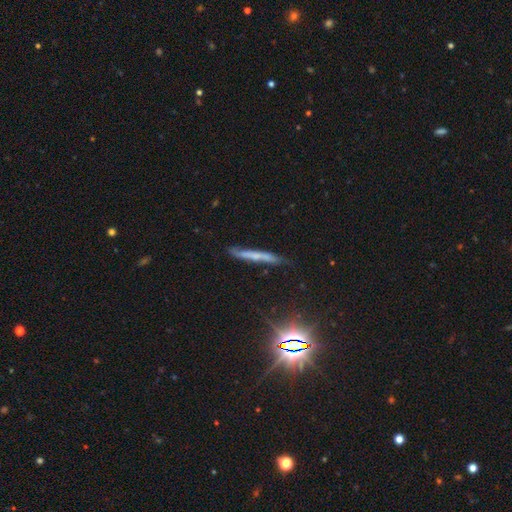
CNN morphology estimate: Q: Smooth or featured?
A: featured or disk (44%); runner-up: smooth (41%)
Q: Merging?
A: none (74%); runner-up: minor disturbance (20%)